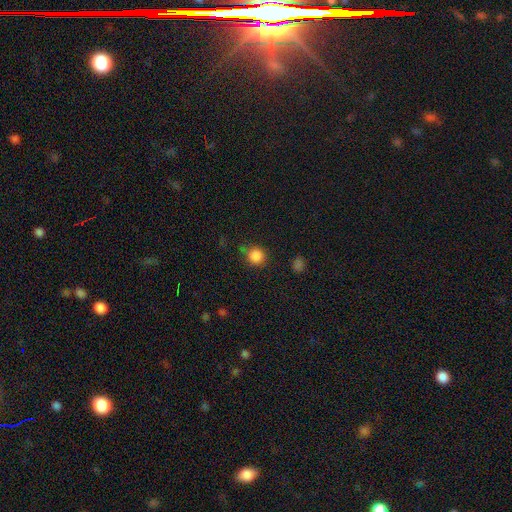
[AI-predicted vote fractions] Overall: smooth (85%). How rounded: round (90%). Merging: none (81%).